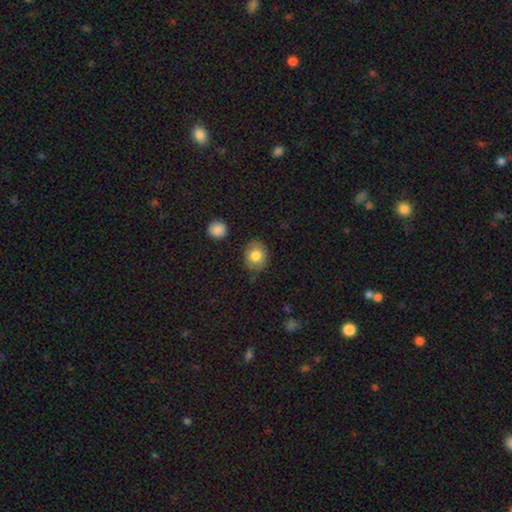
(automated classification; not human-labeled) Smooth or featured?
  - smooth: 81% *
  - featured or disk: 10%
  - star or artifact: 8%
How rounded?
  - round: 61% *
  - in between: 38%
  - cigar-shaped: 1%
Merging?
  - none: 80% *
  - minor disturbance: 14%
  - major disturbance: 3%
  - merger: 2%